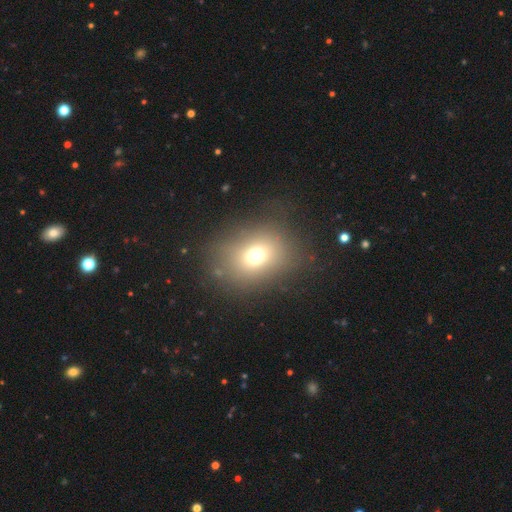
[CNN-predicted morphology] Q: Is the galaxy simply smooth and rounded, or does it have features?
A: smooth — 69%.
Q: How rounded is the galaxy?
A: round — 56%.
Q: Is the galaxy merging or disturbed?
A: none — 78%.